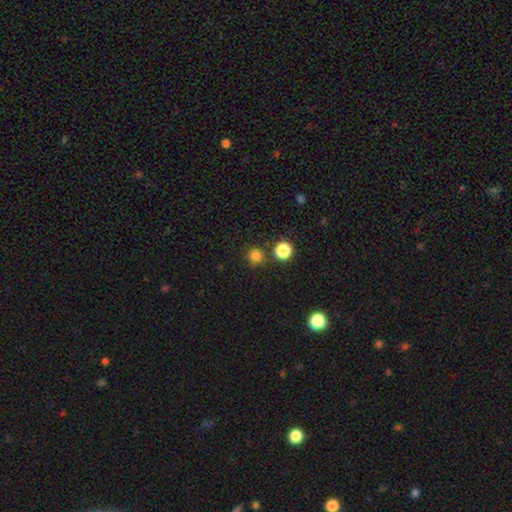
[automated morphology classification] Overall: smooth (81%). How rounded: round (93%). Merging: none (81%).